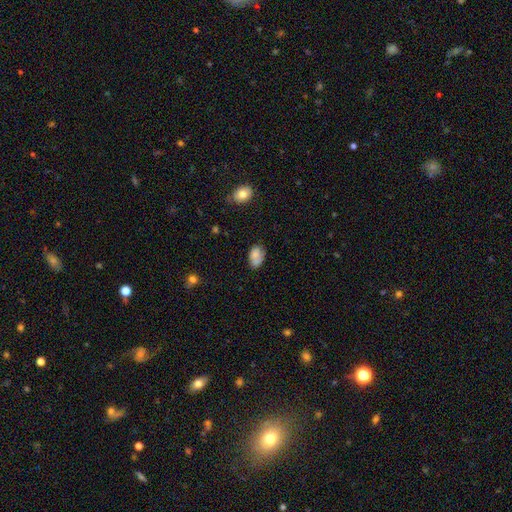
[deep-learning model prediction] smooth-or-featured: smooth: 73% | featured or disk: 18% | star or artifact: 9%
  how-rounded: in between: 87% | round: 11% | cigar-shaped: 2%
  merging: none: 52% | minor disturbance: 28% | merger: 10% | major disturbance: 10%